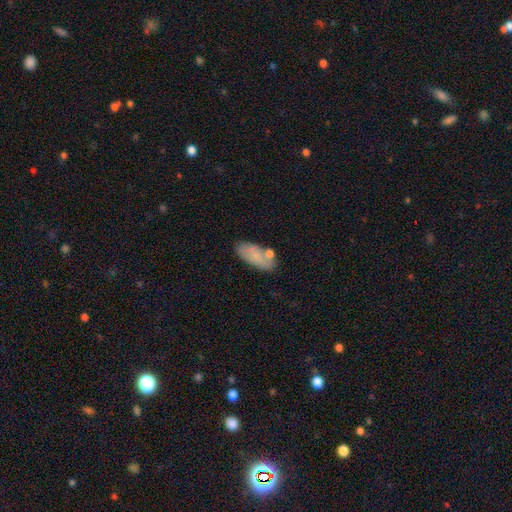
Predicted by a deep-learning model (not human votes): Q: Smooth or featured?
A: smooth (76%); runner-up: featured or disk (17%)
Q: How rounded?
A: in between (86%); runner-up: cigar-shaped (11%)
Q: Merging?
A: none (66%); runner-up: minor disturbance (18%)